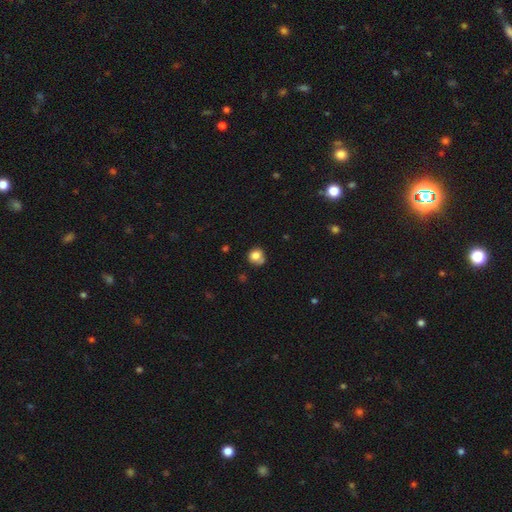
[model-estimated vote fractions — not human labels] Morphology: type=smooth (80%); roundness=round (83%); merging=none (59%).